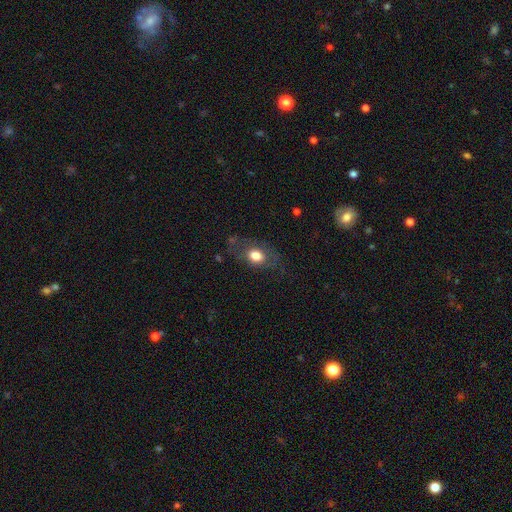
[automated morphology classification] Smooth or featured? Predicted: smooth (p=0.69). How rounded? Predicted: in between (p=0.76). Merging? Predicted: none (p=0.67).